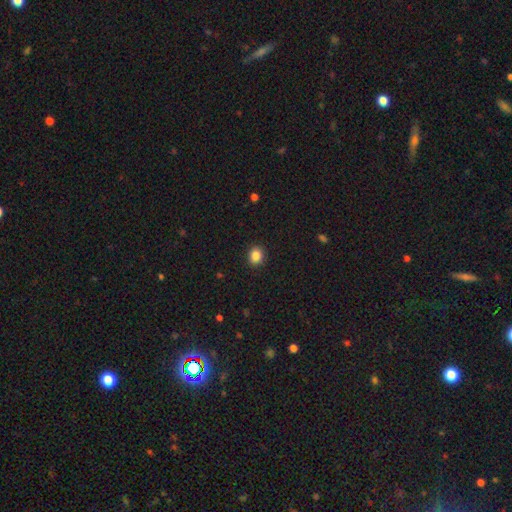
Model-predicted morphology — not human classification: smooth-or-featured: smooth: 86% | star or artifact: 10% | featured or disk: 4%
  how-rounded: round: 69% | in between: 30% | cigar-shaped: 1%
  merging: none: 92% | minor disturbance: 6% | major disturbance: 2% | merger: 1%